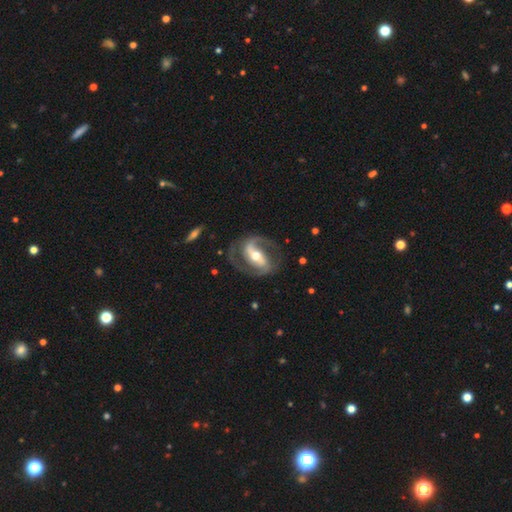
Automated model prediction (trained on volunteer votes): Q: Smooth or featured?
A: featured or disk (89%); runner-up: smooth (7%)
Q: Edge-on disk?
A: no (96%); runner-up: yes (4%)
Q: Bar?
A: strong (54%); runner-up: weak (29%)
Q: Spiral arms?
A: yes (95%); runner-up: no (5%)
Q: Spiral winding?
A: medium (55%); runner-up: tight (22%)
Q: Spiral arm count?
A: 2 (90%); runner-up: 1 (4%)
Q: Bulge size?
A: moderate (68%); runner-up: small (20%)
Q: Merging?
A: none (75%); runner-up: minor disturbance (14%)